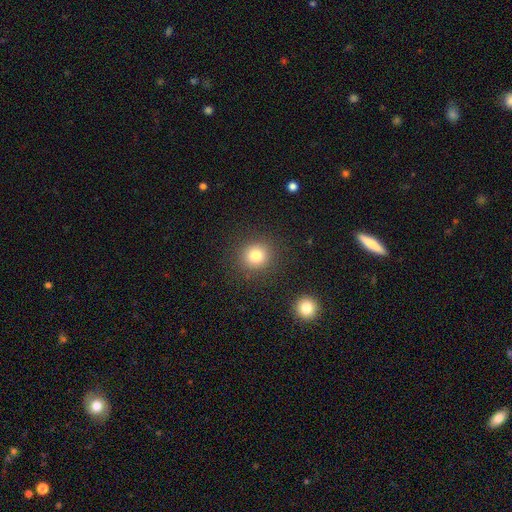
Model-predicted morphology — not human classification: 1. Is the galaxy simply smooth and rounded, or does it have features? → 80% smooth, 13% star or artifact, 7% featured or disk.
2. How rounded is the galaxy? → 89% round, 10% in between, 1% cigar-shaped.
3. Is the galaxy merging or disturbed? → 88% none, 7% minor disturbance, 3% major disturbance, 2% merger.